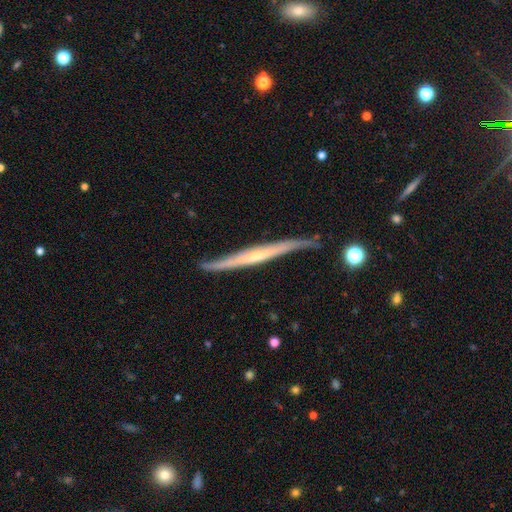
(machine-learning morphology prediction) A featured or disk galaxy (74%) viewed edge-on (94%) with no central bulge (48%).

Vote fractions:
- Smooth or featured? featured or disk: 74% / smooth: 21% / star or artifact: 5%
- Edge-on disk? yes: 94% / no: 6%
- Edge-on bulge? none: 48% / rounded: 46% / boxy: 6%
- Merging? none: 75% / minor disturbance: 20% / major disturbance: 3% / merger: 2%